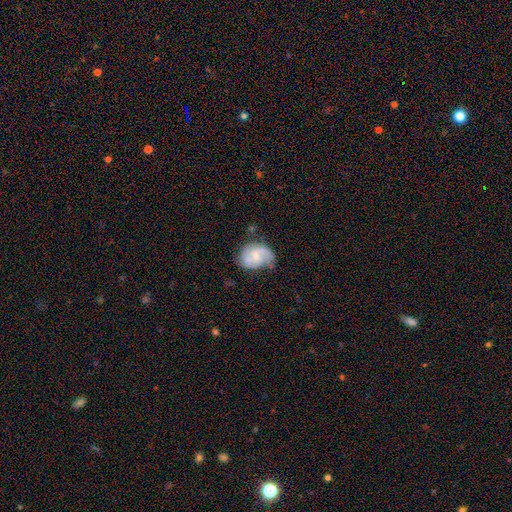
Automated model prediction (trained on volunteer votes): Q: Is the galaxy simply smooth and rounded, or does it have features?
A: featured or disk — 67%.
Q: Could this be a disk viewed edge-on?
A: no — 98%.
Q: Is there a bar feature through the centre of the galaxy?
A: no — 49%.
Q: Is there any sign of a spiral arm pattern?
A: yes — 87%.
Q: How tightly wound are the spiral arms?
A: medium — 45%.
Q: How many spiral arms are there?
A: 2 — 64%.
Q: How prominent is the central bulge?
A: small — 54%.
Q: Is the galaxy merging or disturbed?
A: none — 50%.